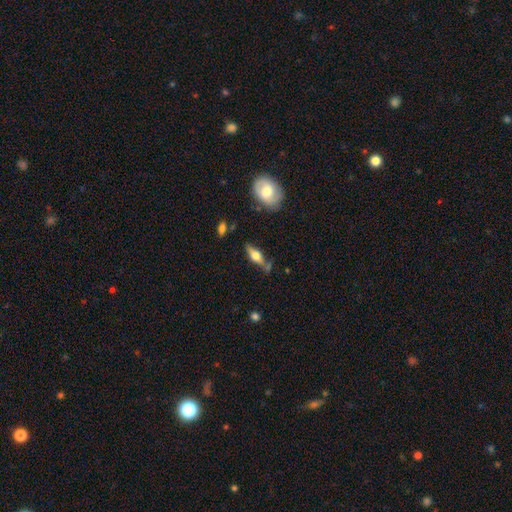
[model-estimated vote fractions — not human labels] Q: Smooth or featured?
A: smooth (47%); runner-up: featured or disk (46%)
Q: Merging?
A: none (65%); runner-up: minor disturbance (20%)